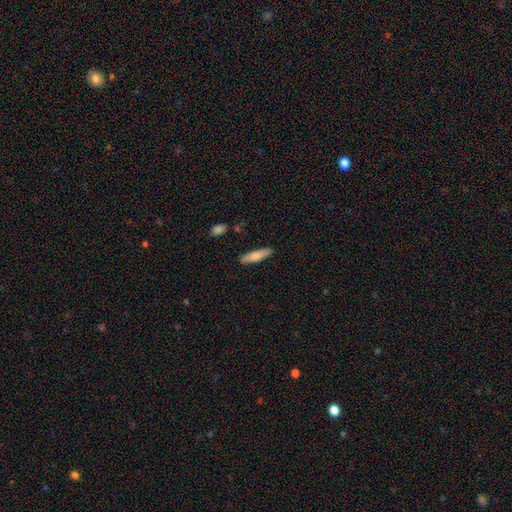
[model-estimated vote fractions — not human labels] This is likely a smooth galaxy (76%). How rounded: likely cigar-shaped (73%). Merging: clearly none (87%).